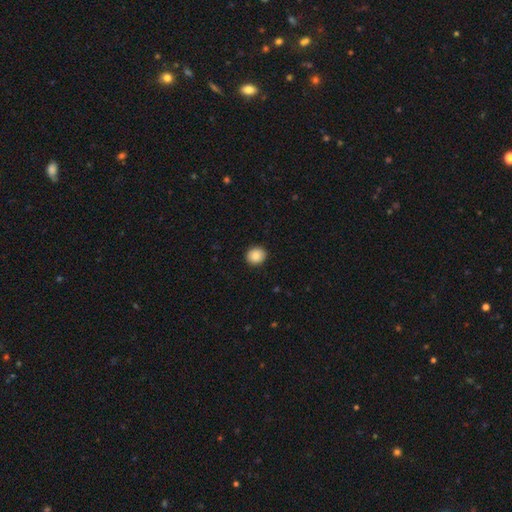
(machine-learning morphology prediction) A smooth galaxy with no disk features (87%) that is round (78%).

Vote fractions:
- Smooth or featured? smooth: 87% / star or artifact: 8% / featured or disk: 5%
- How rounded? round: 78% / in between: 21% / cigar-shaped: 1%
- Merging? none: 91% / minor disturbance: 6% / major disturbance: 2% / merger: 1%